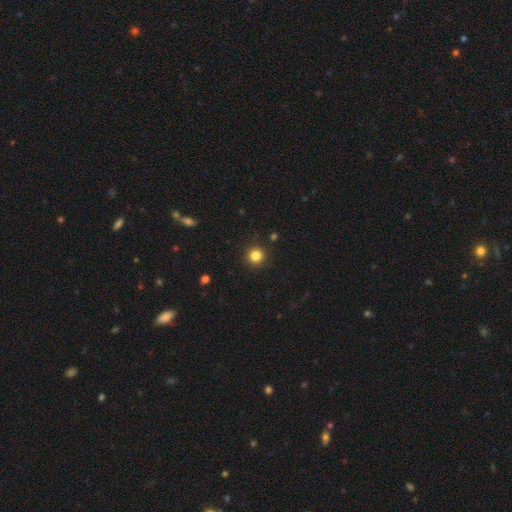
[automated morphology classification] Q: Smooth or featured?
A: smooth (84%); runner-up: star or artifact (12%)
Q: How rounded?
A: round (95%); runner-up: in between (4%)
Q: Merging?
A: none (92%); runner-up: minor disturbance (5%)